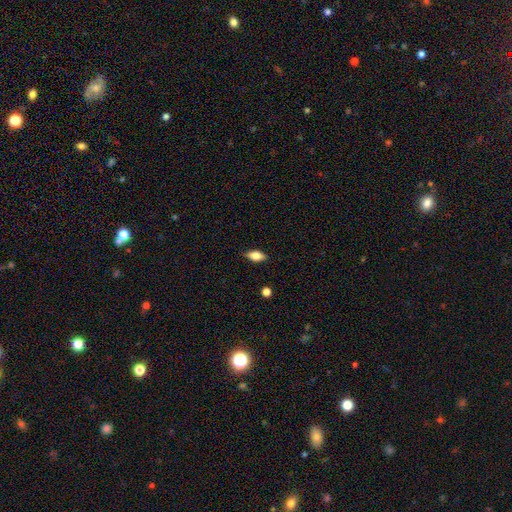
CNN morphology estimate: Smooth or featured: smooth — 78% (featured or disk — 14%)
How rounded: in between — 88% (cigar-shaped — 8%)
Merging: none — 87% (minor disturbance — 10%)